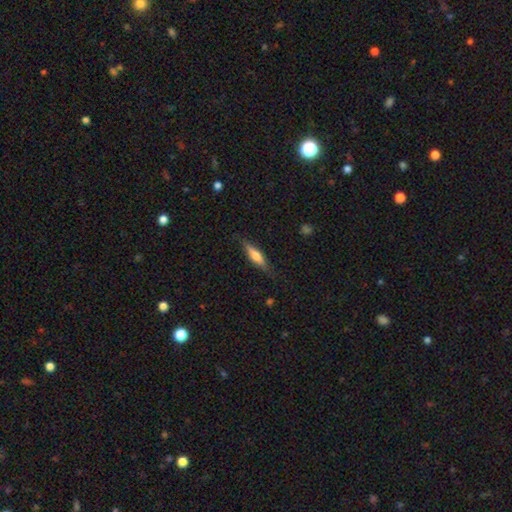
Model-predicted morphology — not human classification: Smooth or featured: smooth — 54% (featured or disk — 39%)
How rounded: cigar-shaped — 75% (in between — 23%)
Merging: none — 82% (minor disturbance — 13%)